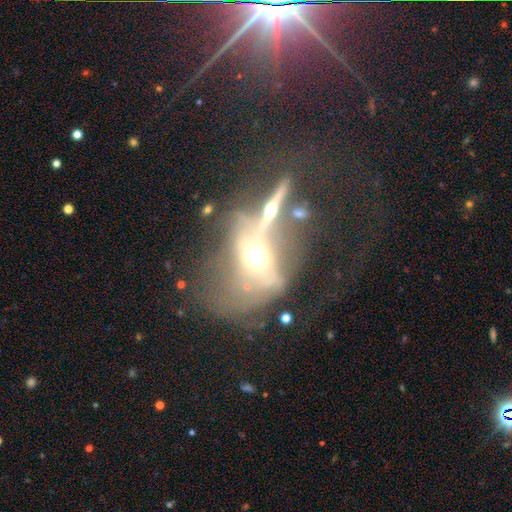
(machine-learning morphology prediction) Overall: featured or disk (63%). Edge-on disk: no (71%). Merging: merger (32%, tied with major disturbance).